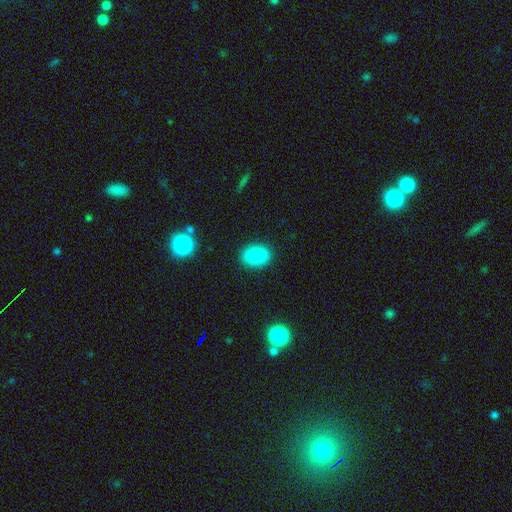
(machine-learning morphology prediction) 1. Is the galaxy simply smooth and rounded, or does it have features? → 86% smooth, 9% star or artifact, 5% featured or disk.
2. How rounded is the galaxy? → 79% in between, 19% round, 2% cigar-shaped.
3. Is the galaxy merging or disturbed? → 86% none, 10% minor disturbance, 3% major disturbance, 1% merger.